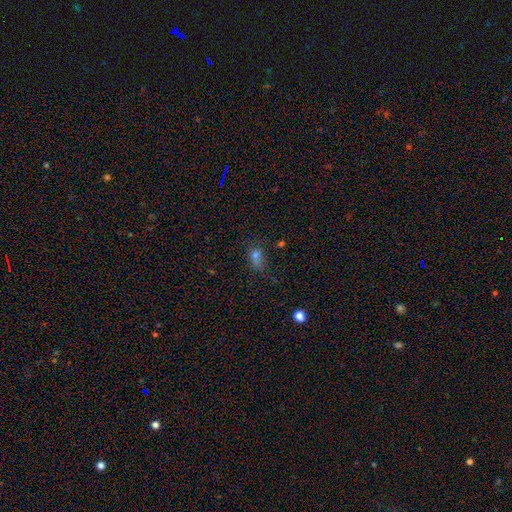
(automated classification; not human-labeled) A smooth galaxy with no disk features (62%) that is in between round and cigar-shaped (54%). Merging: none (47%).